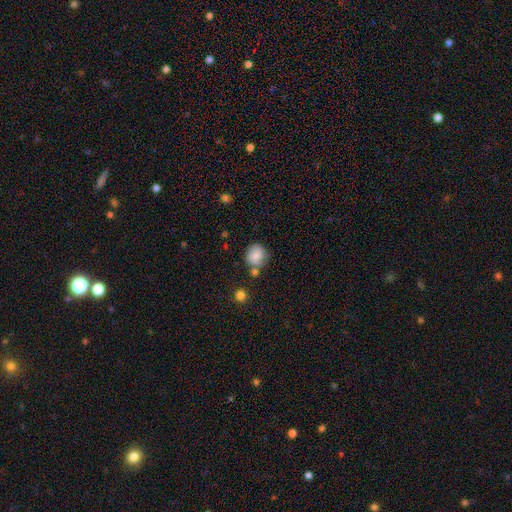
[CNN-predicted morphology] Smooth or featured? Predicted: smooth (p=0.82). How rounded? Predicted: round (p=0.82). Merging? Predicted: none (p=0.67).